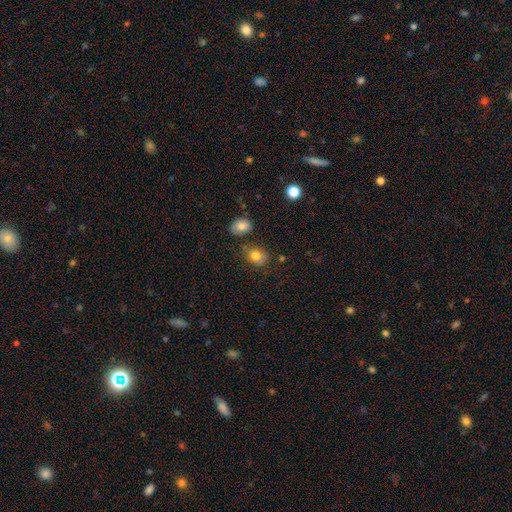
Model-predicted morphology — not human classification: This appears to be a smooth galaxy with no disk features (78%) that is in between round and cigar-shaped (50%). Merging: none (69%).